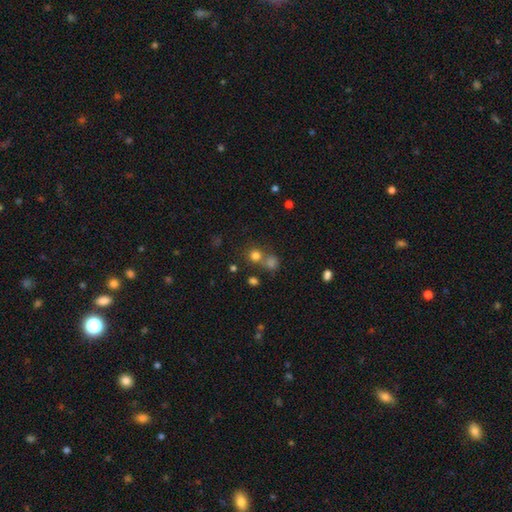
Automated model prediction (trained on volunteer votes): Morphology: type=smooth (75%); roundness=round (88%); merging=none (58%).